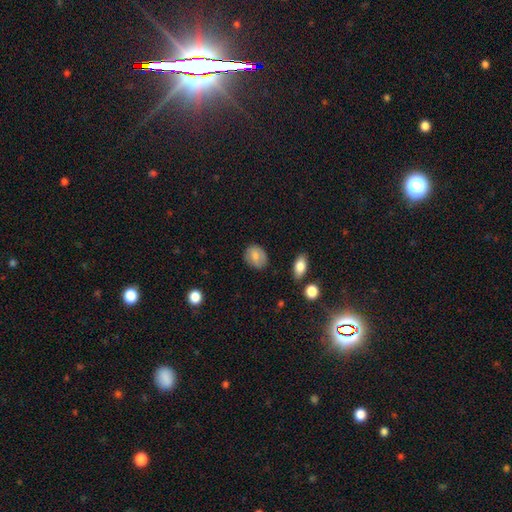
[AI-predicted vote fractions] Smooth or featured? smooth (77%)
How rounded? in between (53%)
Merging? none (79%)